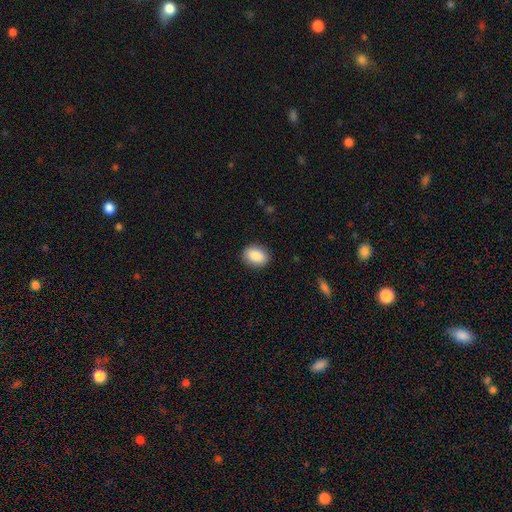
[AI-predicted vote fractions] A smooth galaxy with no disk features (88%) that is in between round and cigar-shaped (74%). Merging: none (88%).